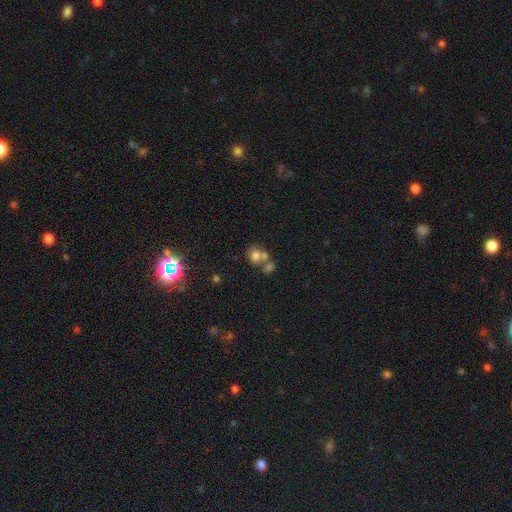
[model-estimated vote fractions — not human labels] Morphology: type=smooth (69%); roundness=round (59%); merging=merger (51%).